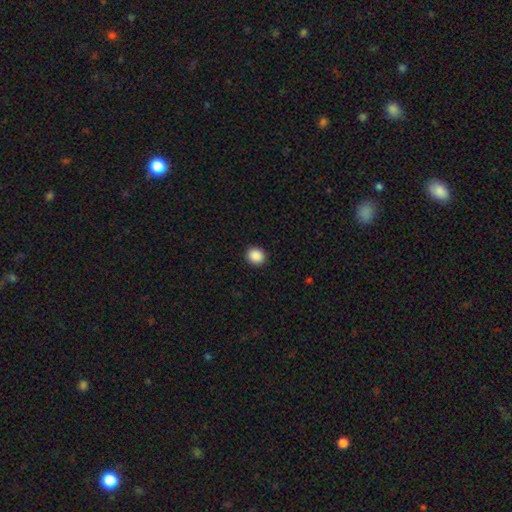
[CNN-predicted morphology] Smooth or featured? Predicted: smooth (p=0.89). How rounded? Predicted: round (p=0.78). Merging? Predicted: none (p=0.92).